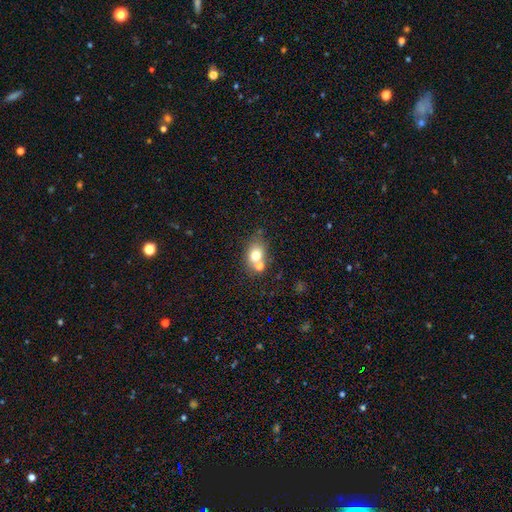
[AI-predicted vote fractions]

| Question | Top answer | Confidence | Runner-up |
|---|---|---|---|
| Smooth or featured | smooth | 73% | featured or disk (16%) |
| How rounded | in between | 60% | round (39%) |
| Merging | none | 51% | merger (33%) |